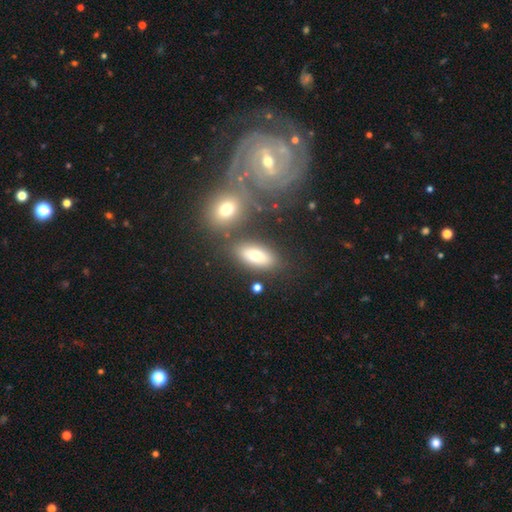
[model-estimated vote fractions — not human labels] smooth-or-featured: smooth: 74% | featured or disk: 17% | star or artifact: 9%
  how-rounded: in between: 84% | cigar-shaped: 11% | round: 5%
  merging: none: 75% | minor disturbance: 11% | merger: 9% | major disturbance: 4%